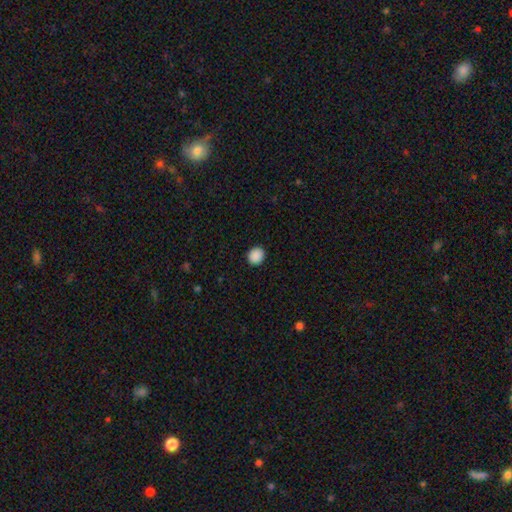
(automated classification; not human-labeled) This is clearly a smooth galaxy (90%). How rounded: likely round (75%). Merging: clearly none (92%).